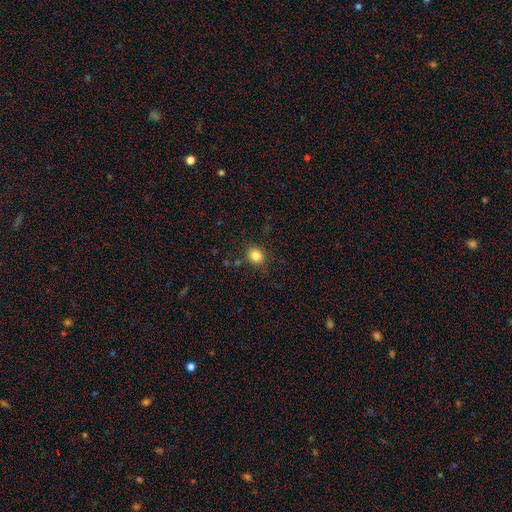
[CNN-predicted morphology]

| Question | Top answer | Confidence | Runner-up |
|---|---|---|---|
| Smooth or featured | smooth | 83% | star or artifact (11%) |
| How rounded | round | 73% | in between (26%) |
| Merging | none | 85% | minor disturbance (10%) |